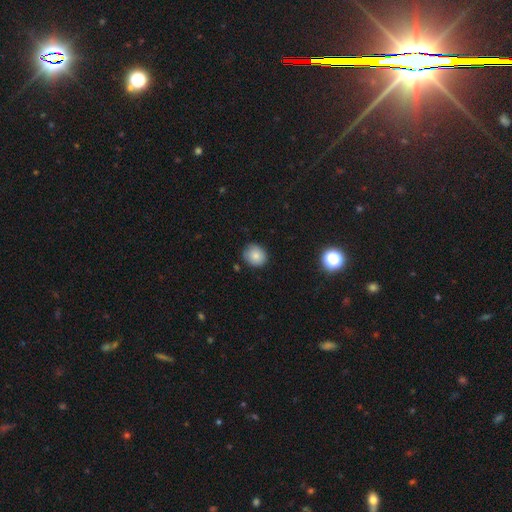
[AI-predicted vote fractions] This is clearly a smooth galaxy (83%). How rounded: likely round (77%). Merging: clearly none (82%).